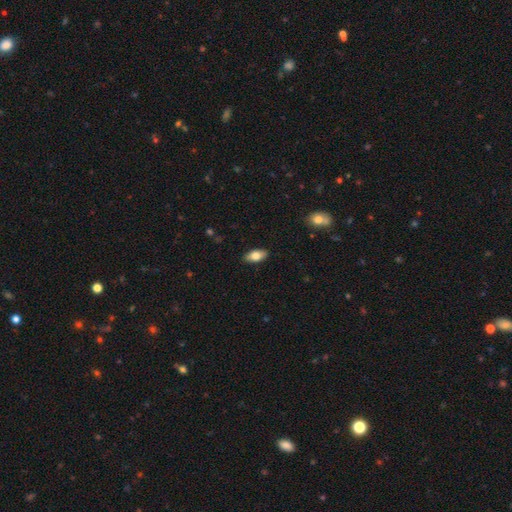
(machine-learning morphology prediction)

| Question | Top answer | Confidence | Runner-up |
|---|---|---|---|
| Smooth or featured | smooth | 78% | featured or disk (15%) |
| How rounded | in between | 91% | cigar-shaped (6%) |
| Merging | none | 88% | minor disturbance (9%) |